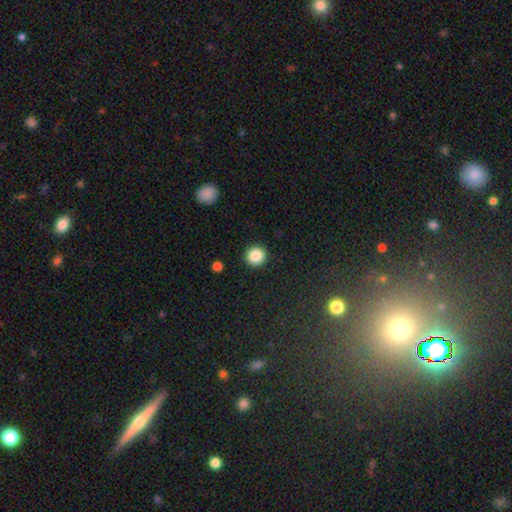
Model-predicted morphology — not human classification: smooth_or_featured: smooth (p=0.86) [alt: star or artifact p=0.10]
how_rounded: round (p=0.94) [alt: in between p=0.05]
merging: none (p=0.92) [alt: minor disturbance p=0.05]